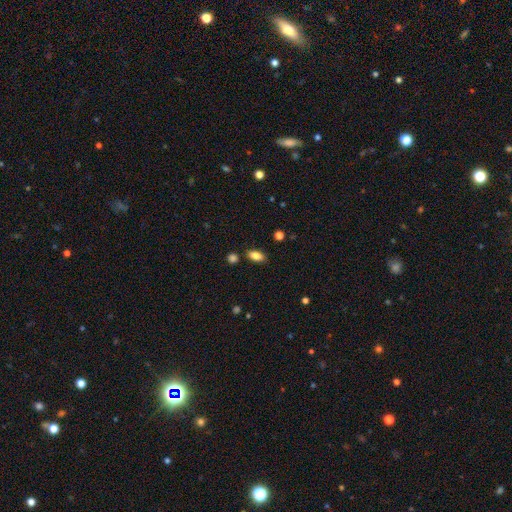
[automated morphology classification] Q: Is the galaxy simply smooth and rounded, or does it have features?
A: smooth — 84%.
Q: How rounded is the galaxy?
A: in between — 87%.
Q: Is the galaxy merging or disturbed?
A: none — 85%.